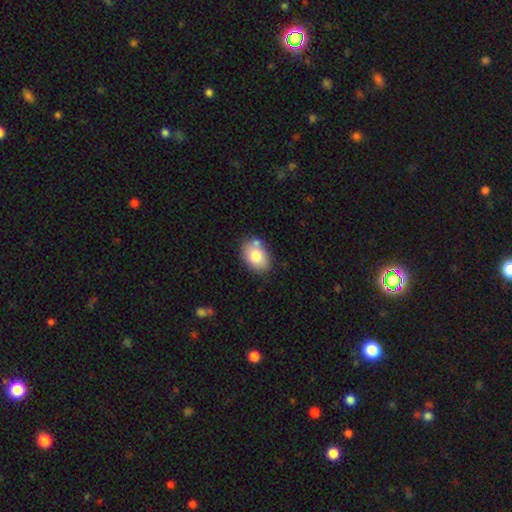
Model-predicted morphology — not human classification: Smooth or featured? smooth (77%)
How rounded? in between (81%)
Merging? none (71%)